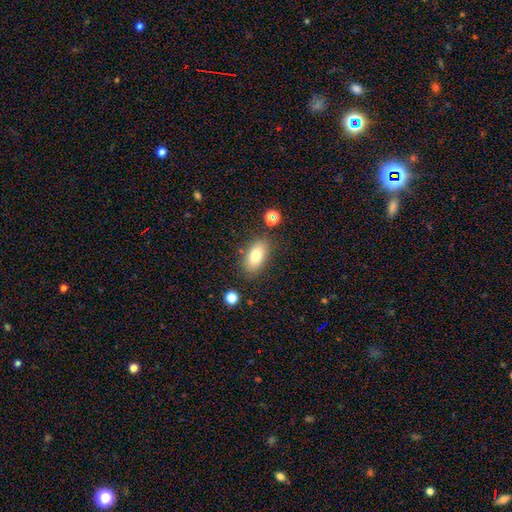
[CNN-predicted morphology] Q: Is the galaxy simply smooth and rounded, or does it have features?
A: smooth — 78%.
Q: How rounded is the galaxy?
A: in between — 90%.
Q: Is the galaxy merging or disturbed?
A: none — 81%.